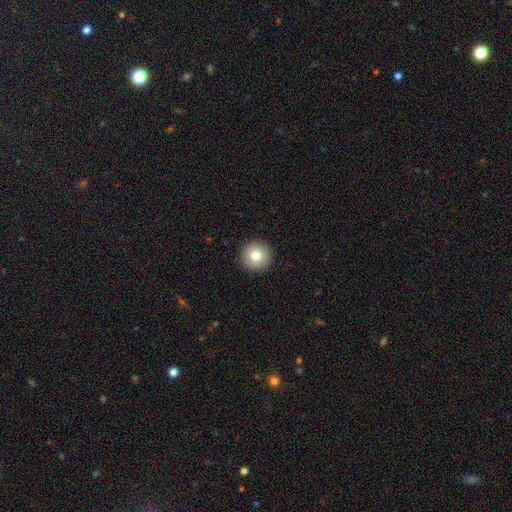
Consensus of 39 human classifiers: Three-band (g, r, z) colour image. It shows a smooth galaxy with no disk features (77%) that is round (100%). Merging: none (97%).